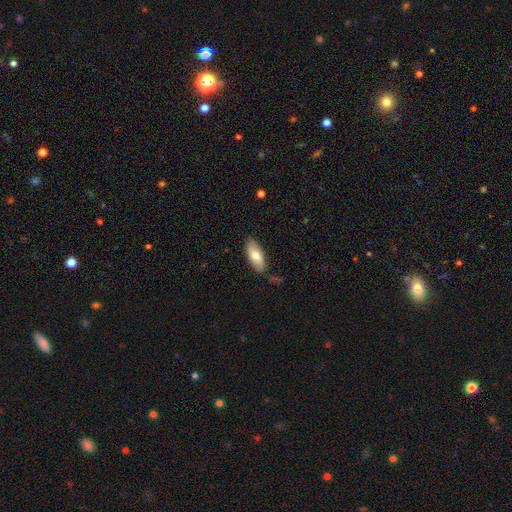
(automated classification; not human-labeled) Smooth or featured: smooth — 75% (featured or disk — 19%)
How rounded: in between — 85% (cigar-shaped — 13%)
Merging: none — 81% (minor disturbance — 14%)